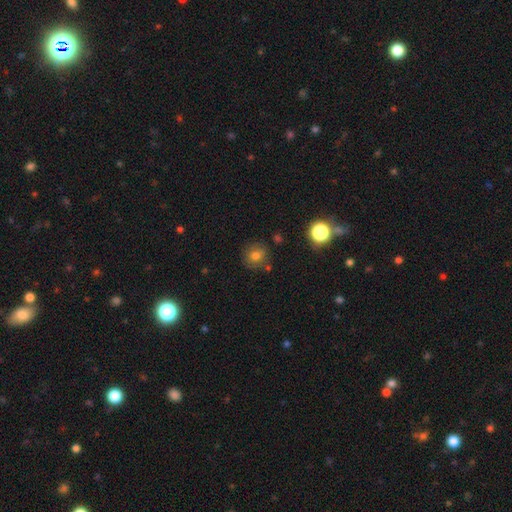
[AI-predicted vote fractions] Smooth or featured?
  - smooth: 74% *
  - star or artifact: 14%
  - featured or disk: 13%
How rounded?
  - round: 87% *
  - in between: 12%
  - cigar-shaped: 1%
Merging?
  - none: 80% *
  - minor disturbance: 12%
  - merger: 5%
  - major disturbance: 3%